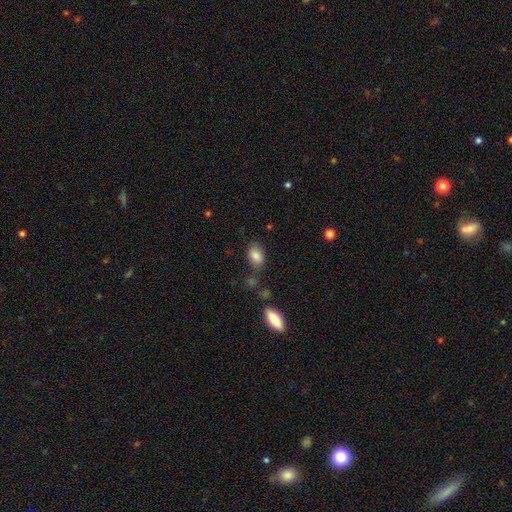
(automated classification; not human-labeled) This is clearly a smooth galaxy (86%). How rounded: clearly in between (88%). Merging: likely none (75%).